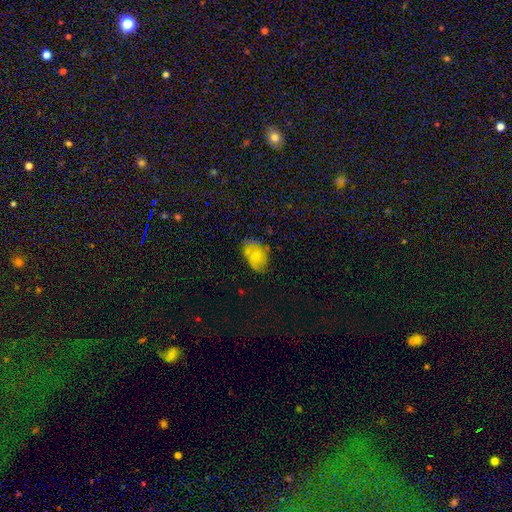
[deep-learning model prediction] This is possibly a smooth galaxy (53%). How rounded: clearly in between (80%). Merging: possibly none (51%).